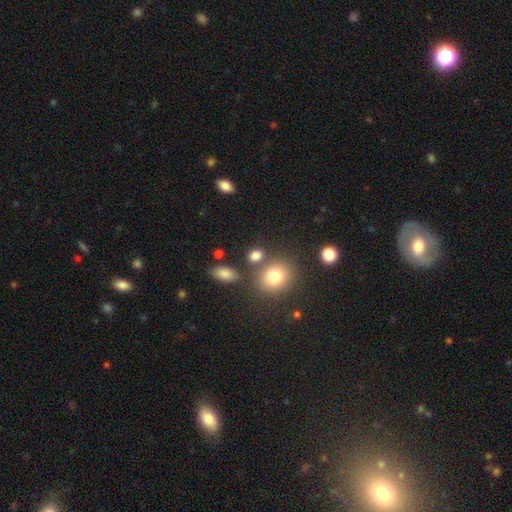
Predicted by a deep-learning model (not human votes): A smooth galaxy with no disk features (79%) that is round (57%). Merging: none (70%).